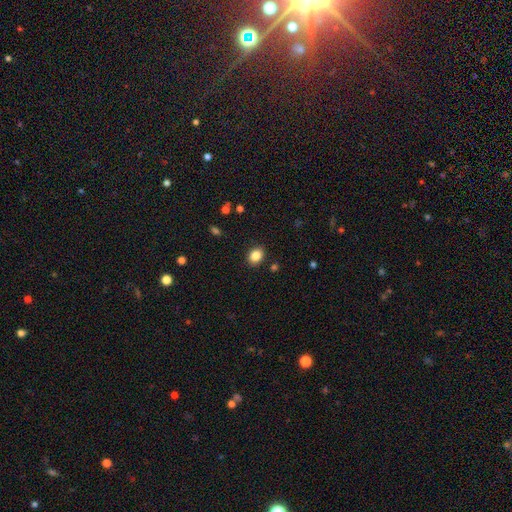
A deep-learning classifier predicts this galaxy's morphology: This is clearly a smooth galaxy (86%). How rounded: possibly in between (51%). Merging: clearly none (89%).